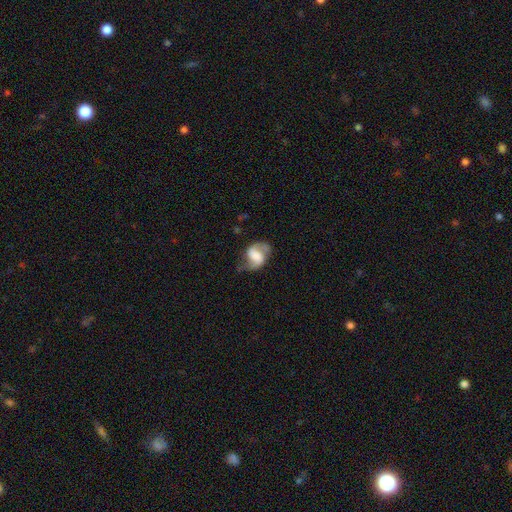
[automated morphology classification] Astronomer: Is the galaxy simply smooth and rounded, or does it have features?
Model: featured or disk — 74%.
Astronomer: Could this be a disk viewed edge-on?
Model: no — 97%.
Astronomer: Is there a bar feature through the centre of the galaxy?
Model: weak — 43% (runner-up: no, 29%).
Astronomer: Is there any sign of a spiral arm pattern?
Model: yes — 91%.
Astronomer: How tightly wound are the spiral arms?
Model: loose — 45% (runner-up: medium, 42%).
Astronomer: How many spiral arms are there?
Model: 2 — 89%.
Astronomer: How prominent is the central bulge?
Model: large — 31% (runner-up: moderate, 23%).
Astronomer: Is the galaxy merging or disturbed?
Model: none — 62%.